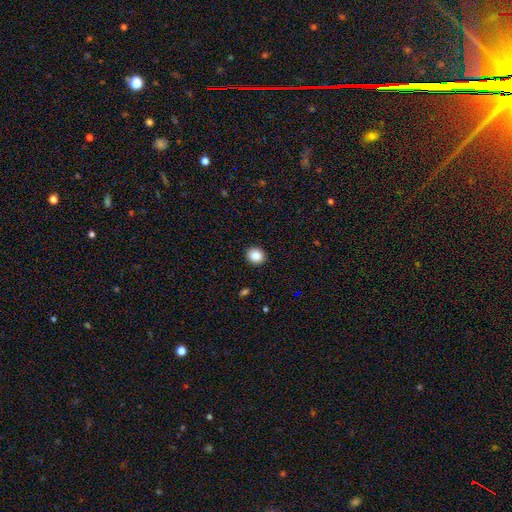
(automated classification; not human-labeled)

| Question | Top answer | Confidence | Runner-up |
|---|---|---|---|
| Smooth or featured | smooth | 87% | star or artifact (9%) |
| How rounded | round | 74% | in between (25%) |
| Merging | none | 92% | minor disturbance (5%) |